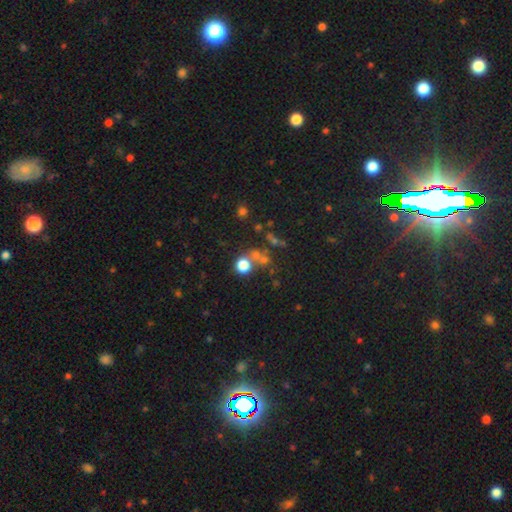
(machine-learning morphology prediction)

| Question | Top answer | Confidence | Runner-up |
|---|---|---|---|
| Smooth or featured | smooth | 52% | star or artifact (34%) |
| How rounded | round | 87% | in between (12%) |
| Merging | none | 57% | merger (27%) |